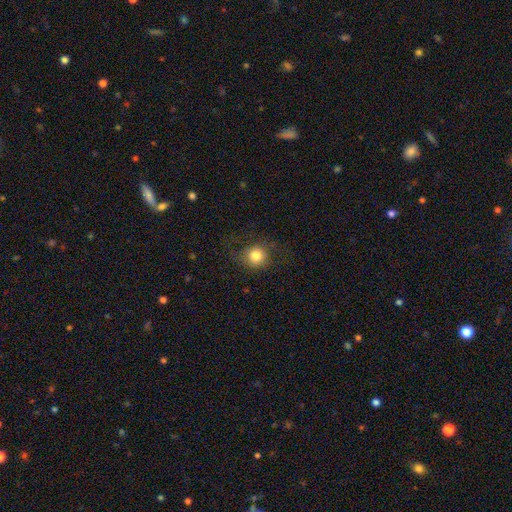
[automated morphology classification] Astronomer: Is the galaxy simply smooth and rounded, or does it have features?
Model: smooth — 81%.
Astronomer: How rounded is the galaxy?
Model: round — 90%.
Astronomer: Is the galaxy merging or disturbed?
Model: none — 76%.